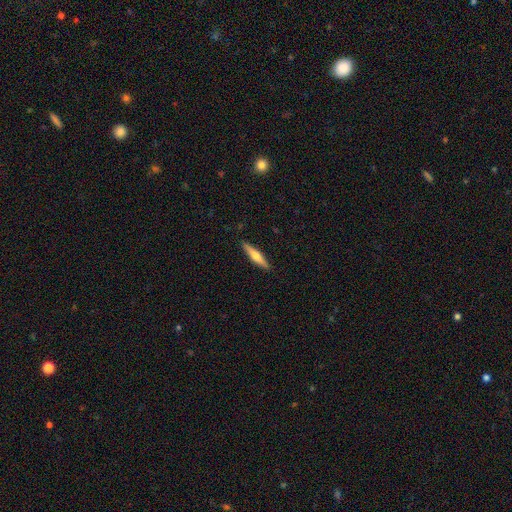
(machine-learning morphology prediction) Q: Smooth or featured?
A: featured or disk (48%); runner-up: smooth (47%)
Q: Merging?
A: none (90%); runner-up: minor disturbance (7%)